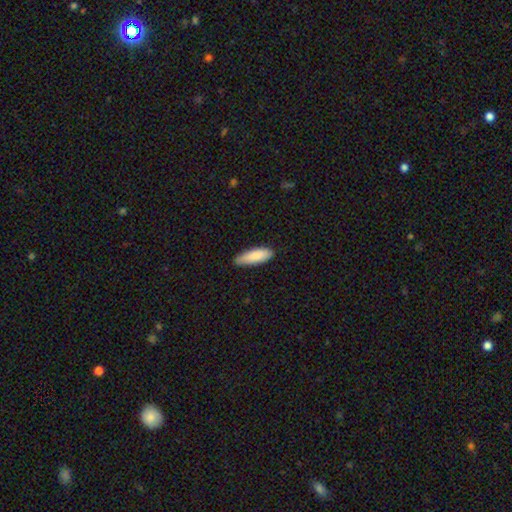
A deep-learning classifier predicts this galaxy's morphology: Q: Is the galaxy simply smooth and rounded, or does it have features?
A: smooth — 87%.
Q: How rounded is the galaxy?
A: in between — 53%.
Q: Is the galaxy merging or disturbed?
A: none — 81%.